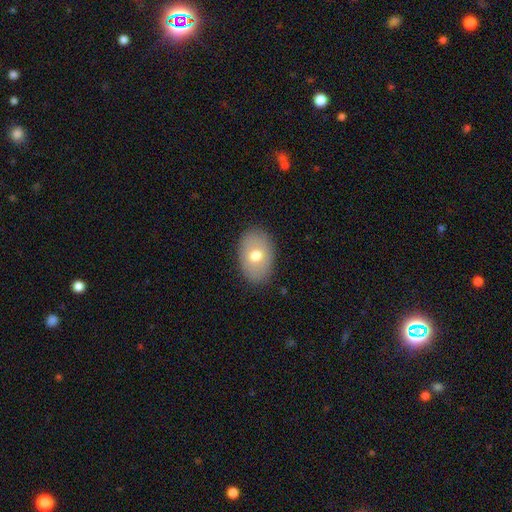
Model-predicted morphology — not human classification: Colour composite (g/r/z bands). It shows a smooth galaxy with no disk features (70%) that is in between round and cigar-shaped (83%). Merging: none (86%).